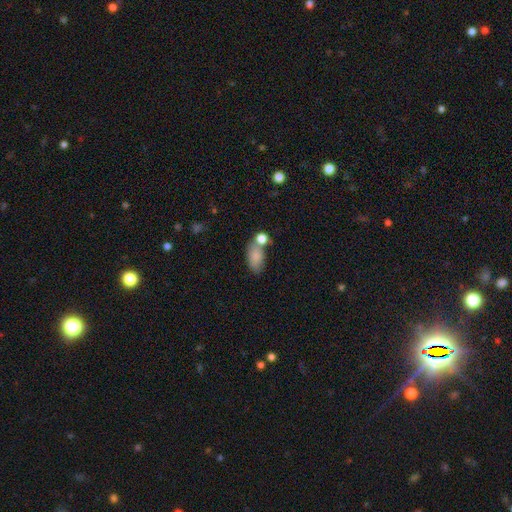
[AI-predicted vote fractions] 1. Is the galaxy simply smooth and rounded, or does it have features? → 81% smooth, 10% featured or disk, 8% star or artifact.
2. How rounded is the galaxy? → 89% in between, 8% round, 3% cigar-shaped.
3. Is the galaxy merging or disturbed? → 47% none, 28% merger, 18% minor disturbance, 7% major disturbance.